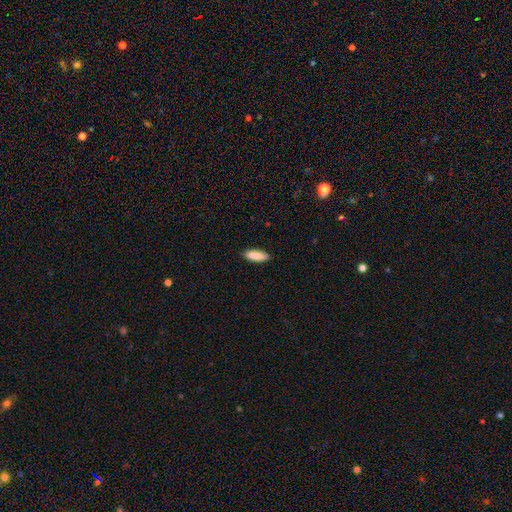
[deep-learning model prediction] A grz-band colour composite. It shows a smooth galaxy with no disk features (89%) that is in between round and cigar-shaped (67%). Merging: none (88%).